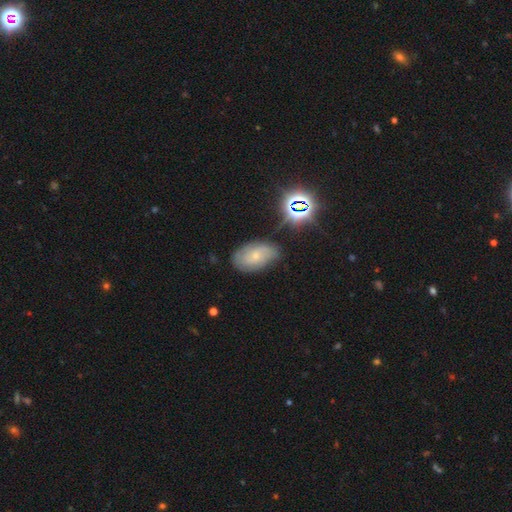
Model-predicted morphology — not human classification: Smooth or featured: featured or disk — 53% (smooth — 32%)
Edge-on disk: no — 95% (yes — 5%)
Bar: no — 70% (weak — 26%)
Spiral arms: yes — 83% (no — 17%)
Bulge size: small — 70% (moderate — 23%)
Merging: none — 66% (minor disturbance — 24%)